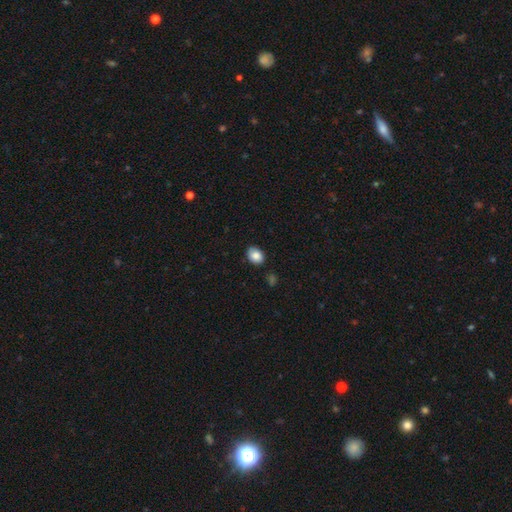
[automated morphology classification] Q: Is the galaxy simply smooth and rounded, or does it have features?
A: smooth — 85%.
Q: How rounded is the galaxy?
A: in between — 69%.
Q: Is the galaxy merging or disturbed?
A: none — 82%.